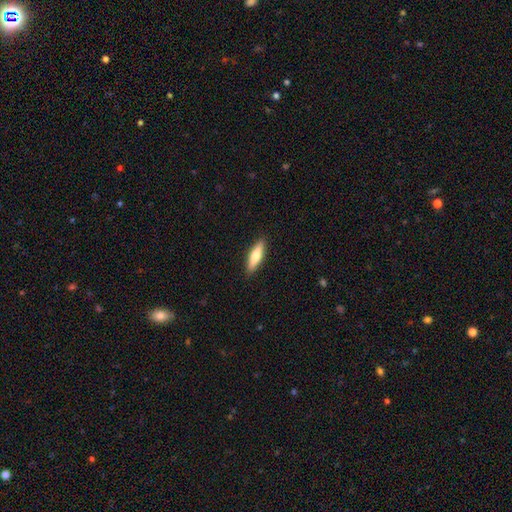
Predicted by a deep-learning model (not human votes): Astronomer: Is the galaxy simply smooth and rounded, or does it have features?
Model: smooth — 68%.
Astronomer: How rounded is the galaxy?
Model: cigar-shaped — 65%.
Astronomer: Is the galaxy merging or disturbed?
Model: none — 90%.